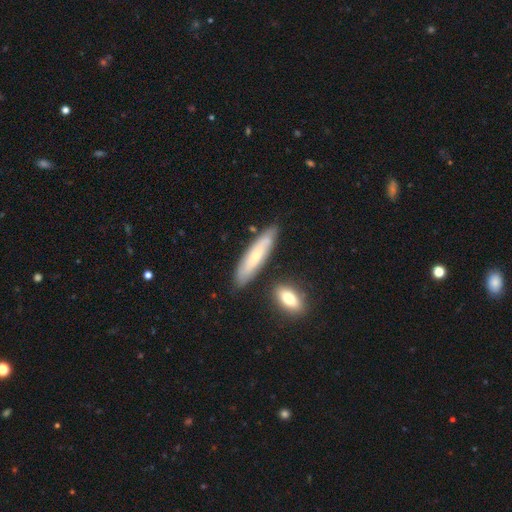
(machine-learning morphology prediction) Overall: smooth (49%; featured or disk 44%). Merging: none (77%).